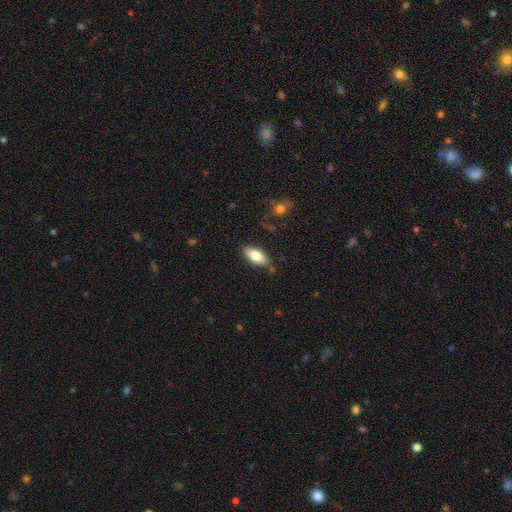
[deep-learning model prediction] Morphology: type=smooth (79%); roundness=in between (87%); merging=none (83%).